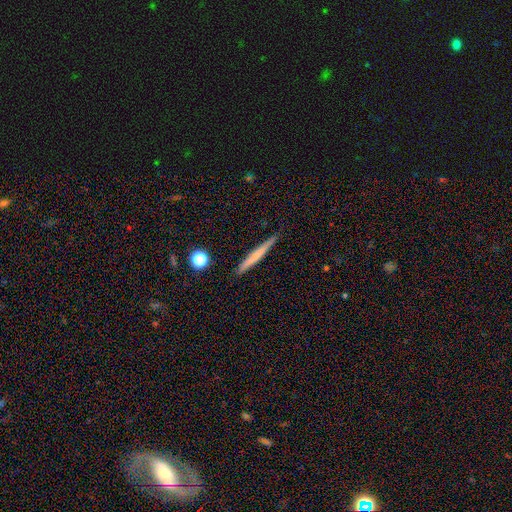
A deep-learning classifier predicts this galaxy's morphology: Smooth or featured: smooth — 58% (featured or disk — 35%)
How rounded: cigar-shaped — 96% (in between — 2%)
Merging: none — 88% (minor disturbance — 9%)